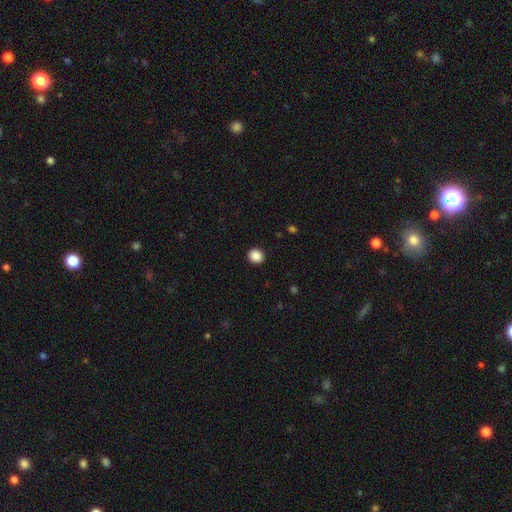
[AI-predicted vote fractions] This is clearly a smooth galaxy (88%). How rounded: clearly round (90%). Merging: clearly none (92%).